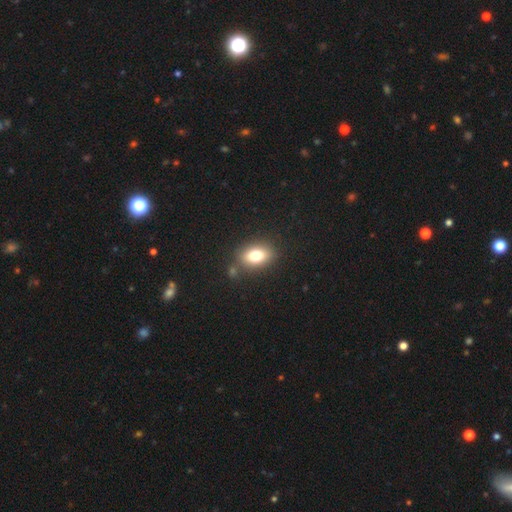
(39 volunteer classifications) Smooth or featured?
  - smooth: 77% *
  - featured or disk: 18%
  - star or artifact: 5%
How rounded?
  - in between: 73% *
  - round: 27%
  - cigar-shaped: 0%
Merging?
  - none: 73% *
  - minor disturbance: 19%
  - merger: 5%
  - major disturbance: 3%